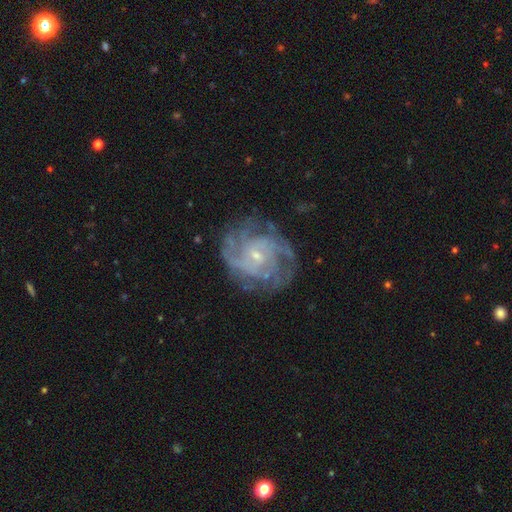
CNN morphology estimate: Smooth or featured? Predicted: featured or disk (p=0.85). Edge-on disk? Predicted: no (p=0.98). Bar? Predicted: no (p=0.62). Spiral arms? Predicted: yes (p=0.93). Spiral winding? Predicted: tight (p=0.52). Spiral arm count? Predicted: can't tell (p=0.33). Bulge size? Predicted: small (p=0.73). Merging? Predicted: none (p=0.73).